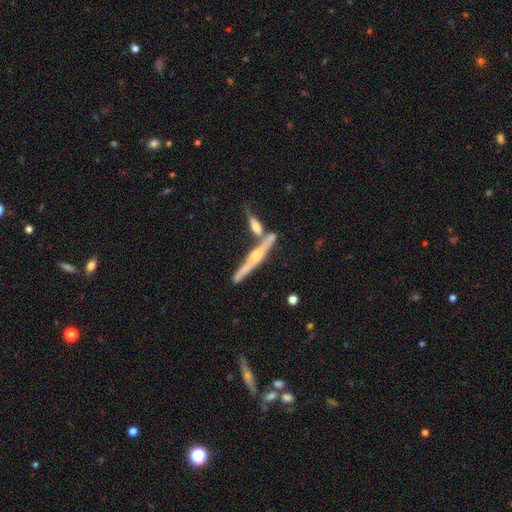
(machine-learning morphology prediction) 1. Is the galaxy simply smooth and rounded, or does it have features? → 80% featured or disk, 15% smooth, 6% star or artifact.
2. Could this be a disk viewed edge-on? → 97% yes, 3% no.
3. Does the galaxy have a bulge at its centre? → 86% rounded, 8% none, 6% boxy.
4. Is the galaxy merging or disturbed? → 65% none, 21% merger, 10% minor disturbance, 3% major disturbance.